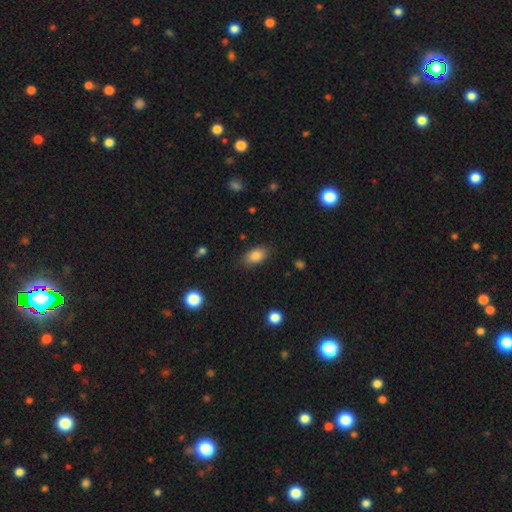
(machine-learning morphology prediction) A smooth galaxy with no disk features (84%) that is in between round and cigar-shaped (89%).

Vote fractions:
- Smooth or featured? smooth: 84% / star or artifact: 9% / featured or disk: 7%
- How rounded? in between: 89% / round: 8% / cigar-shaped: 3%
- Merging? none: 83% / minor disturbance: 12% / major disturbance: 3% / merger: 1%